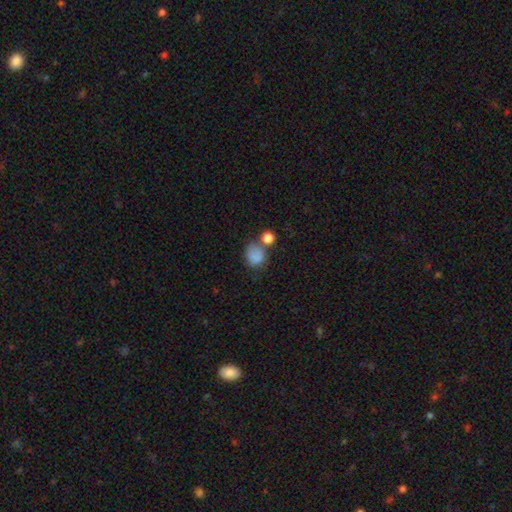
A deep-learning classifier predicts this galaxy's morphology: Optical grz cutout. It shows a smooth galaxy with no disk features (81%) that is round (63%). Merging: none (48%).